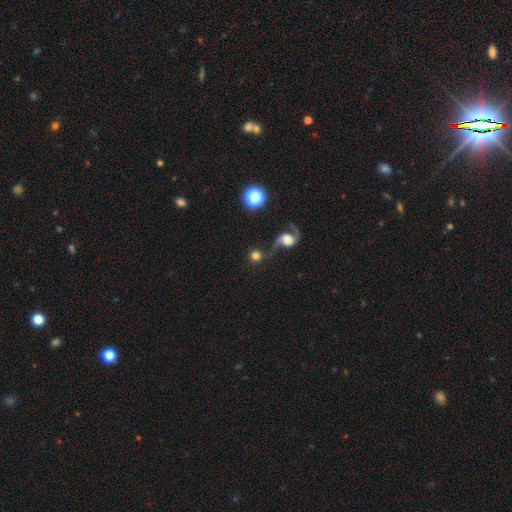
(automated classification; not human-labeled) The model was most divided on "merging": none: 54%, merger: 25%, minor disturbance: 11%, major disturbance: 10%. More confident: how rounded — round (93%); smooth or featured — smooth (69%).